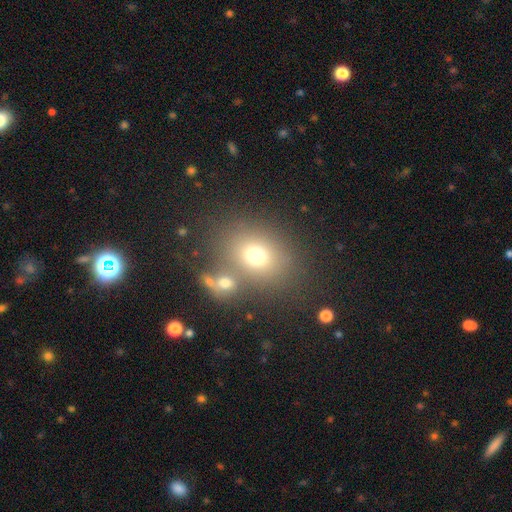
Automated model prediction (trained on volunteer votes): Overall: smooth (71%). How rounded: round (55%; in between 44%). Merging: none (61%; merger 21%).